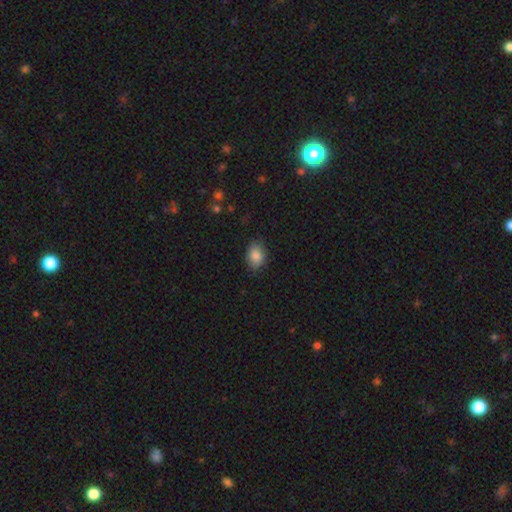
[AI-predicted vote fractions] Smooth or featured?
  - smooth: 86% *
  - star or artifact: 8%
  - featured or disk: 6%
How rounded?
  - in between: 74% *
  - round: 25%
  - cigar-shaped: 1%
Merging?
  - none: 82% *
  - minor disturbance: 14%
  - major disturbance: 3%
  - merger: 1%